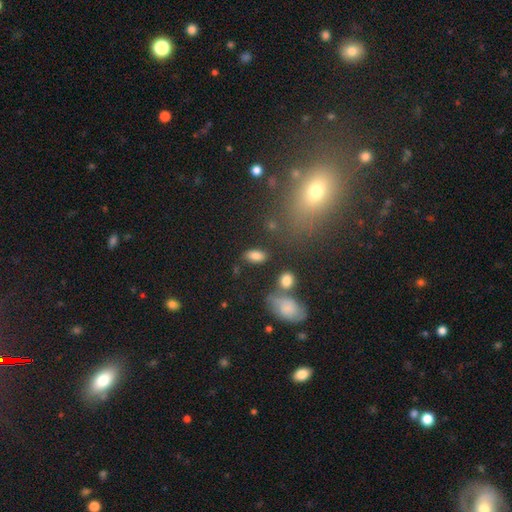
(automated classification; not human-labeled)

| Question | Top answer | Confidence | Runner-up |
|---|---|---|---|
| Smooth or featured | smooth | 81% | star or artifact (10%) |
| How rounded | in between | 89% | round (6%) |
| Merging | none | 76% | minor disturbance (12%) |